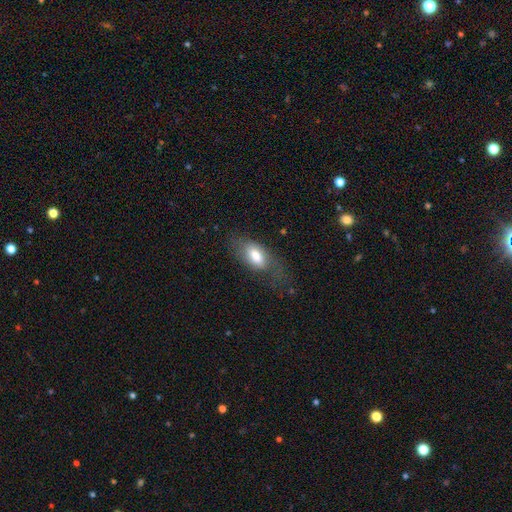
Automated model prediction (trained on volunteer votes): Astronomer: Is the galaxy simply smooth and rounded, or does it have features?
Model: smooth — 67%.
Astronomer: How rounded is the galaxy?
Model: in between — 88%.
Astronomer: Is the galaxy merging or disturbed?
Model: none — 52%.